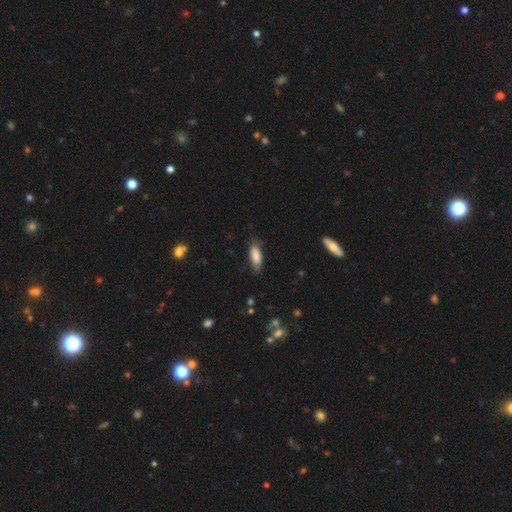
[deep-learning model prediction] A smooth galaxy with no disk features (84%) that is in between round and cigar-shaped (67%). Merging: none (76%).